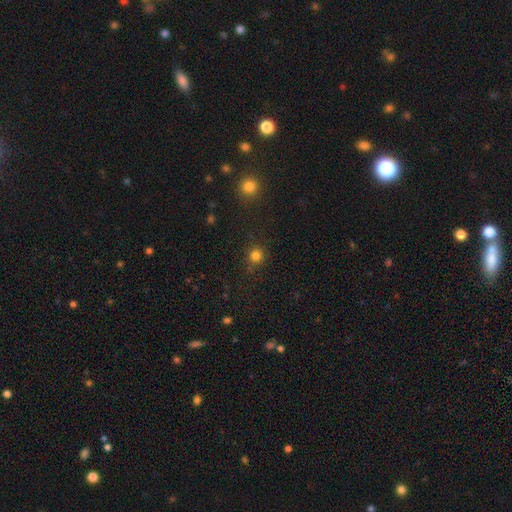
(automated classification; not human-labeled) Smooth or featured? smooth (81%)
How rounded? round (93%)
Merging? none (85%)